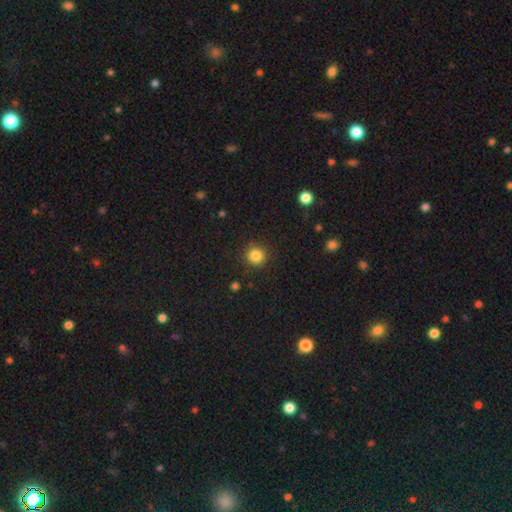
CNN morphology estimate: Overall: smooth (85%). How rounded: round (94%). Merging: none (91%).